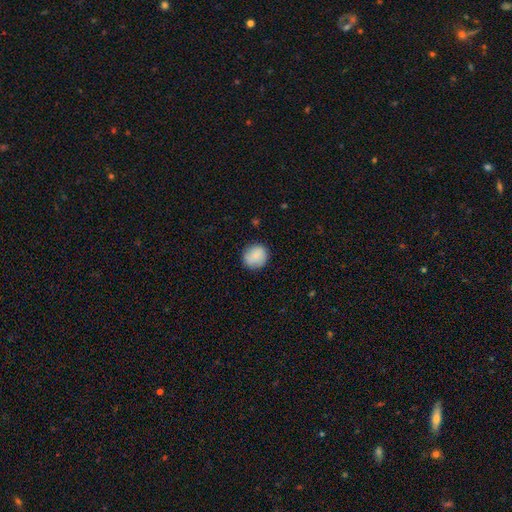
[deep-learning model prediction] Q: Smooth or featured?
A: smooth (86%); runner-up: star or artifact (7%)
Q: How rounded?
A: round (87%); runner-up: in between (12%)
Q: Merging?
A: none (86%); runner-up: minor disturbance (10%)